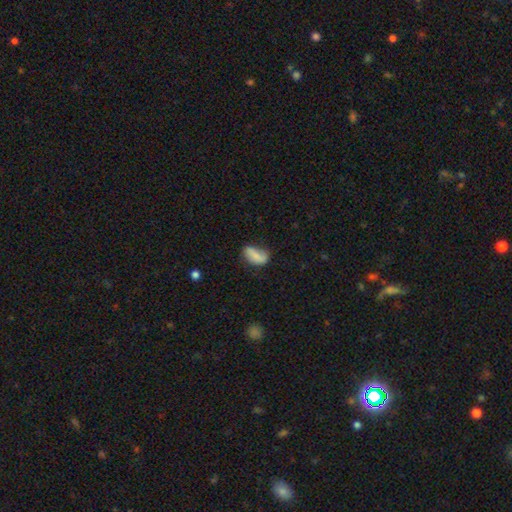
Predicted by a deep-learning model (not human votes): Smooth or featured: smooth — 73% (featured or disk — 19%)
How rounded: in between — 90% (cigar-shaped — 5%)
Merging: none — 50% (minor disturbance — 33%)